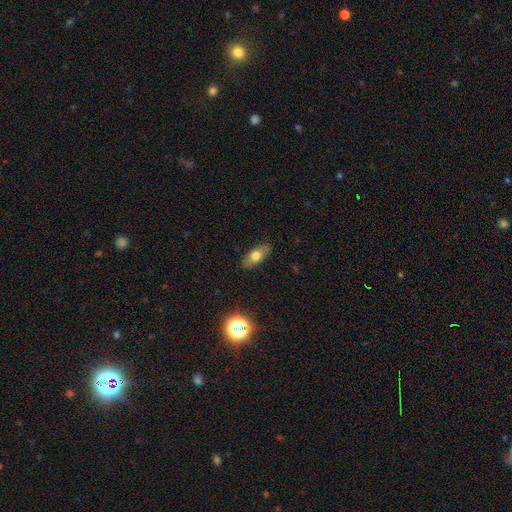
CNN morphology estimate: smooth_or_featured: smooth (p=0.68) [alt: featured or disk p=0.24]
how_rounded: in between (p=0.83) [alt: cigar-shaped p=0.13]
merging: none (p=0.87) [alt: minor disturbance p=0.10]